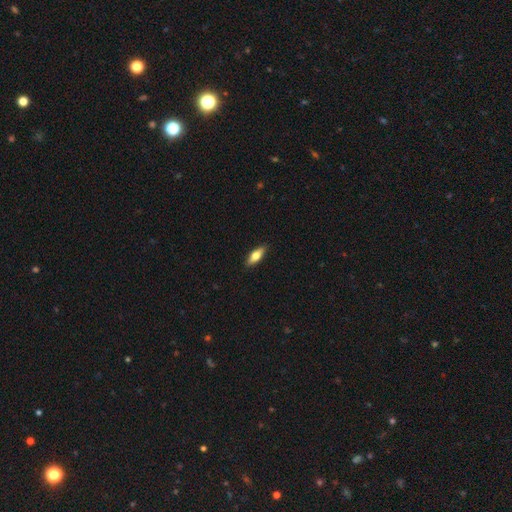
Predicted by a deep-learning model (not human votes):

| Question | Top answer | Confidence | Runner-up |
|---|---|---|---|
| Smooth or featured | smooth | 66% | featured or disk (28%) |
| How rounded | in between | 66% | cigar-shaped (31%) |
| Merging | none | 88% | minor disturbance (9%) |